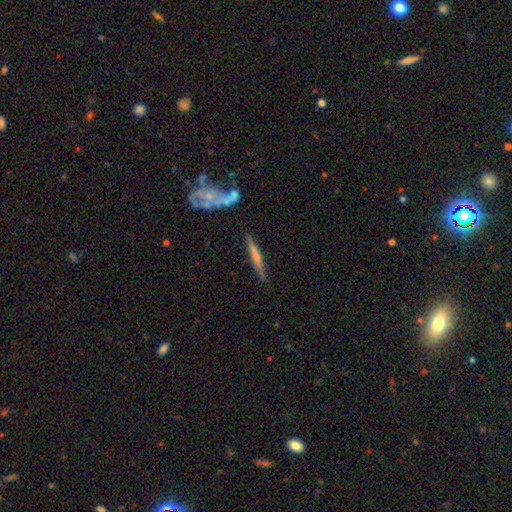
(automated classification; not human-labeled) This is possibly a smooth galaxy (53%). How rounded: clearly cigar-shaped (93%). Merging: likely none (76%).